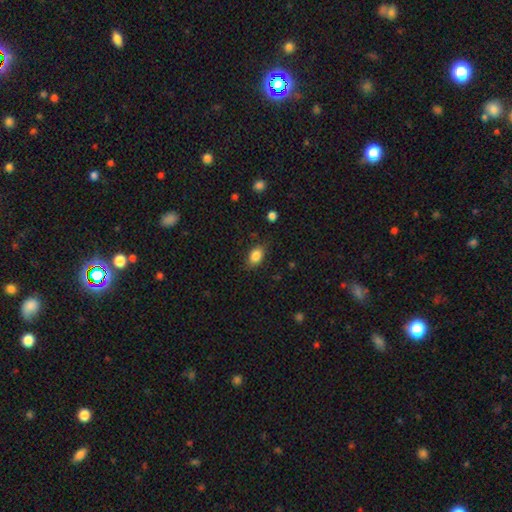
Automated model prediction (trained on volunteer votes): smooth_or_featured: smooth (p=0.85) [alt: star or artifact p=0.09]
how_rounded: in between (p=0.84) [alt: round p=0.14]
merging: none (p=0.81) [alt: minor disturbance p=0.14]